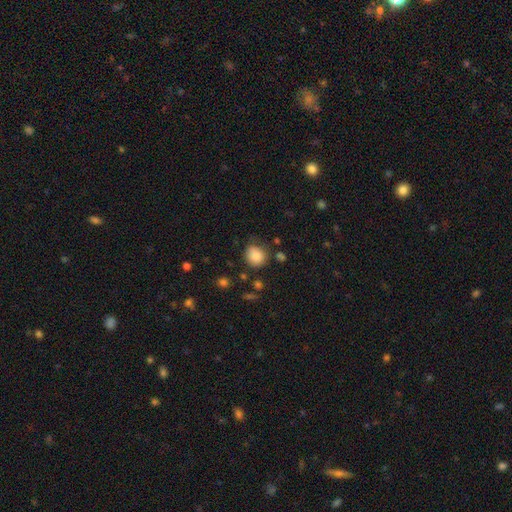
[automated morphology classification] smooth_or_featured: smooth (p=0.86) [alt: star or artifact p=0.09]
how_rounded: round (p=0.74) [alt: in between p=0.25]
merging: none (p=0.71) [alt: minor disturbance p=0.20]